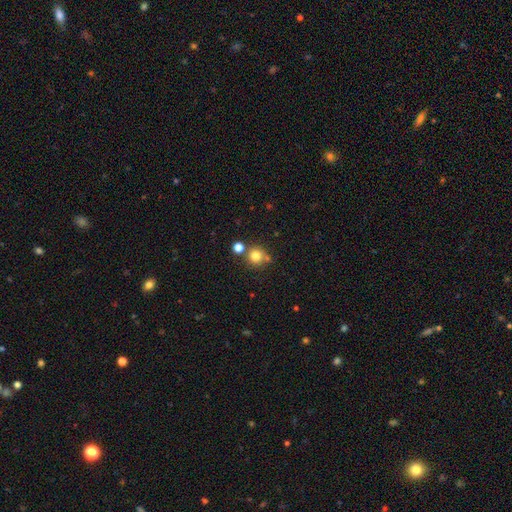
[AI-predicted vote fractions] Smooth or featured?
  - smooth: 80% *
  - star or artifact: 13%
  - featured or disk: 7%
How rounded?
  - round: 92% *
  - in between: 7%
  - cigar-shaped: 1%
Merging?
  - none: 70% *
  - merger: 18%
  - minor disturbance: 9%
  - major disturbance: 3%